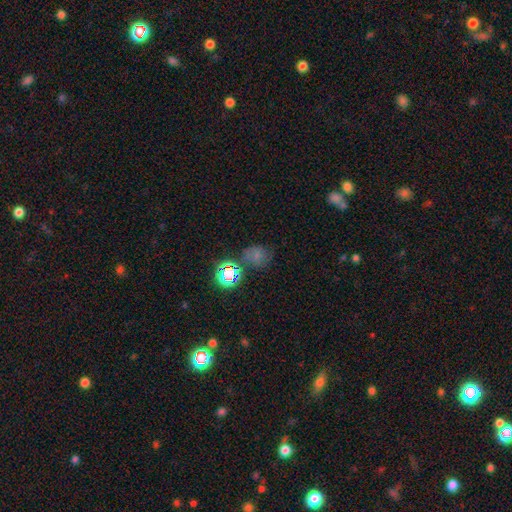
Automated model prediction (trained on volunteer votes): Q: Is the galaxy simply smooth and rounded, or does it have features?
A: smooth — 54%.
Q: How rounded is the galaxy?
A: round — 70%.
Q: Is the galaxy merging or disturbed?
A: none — 61%.